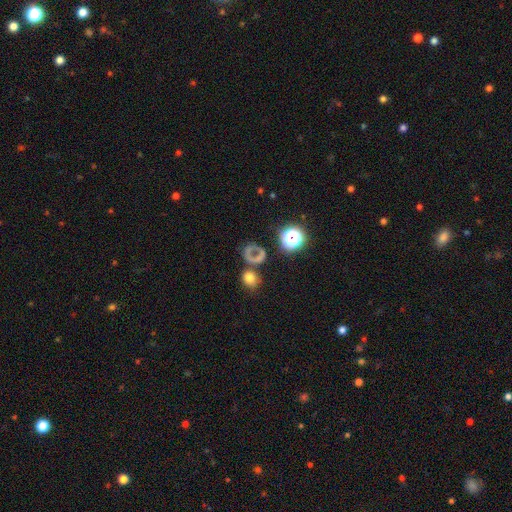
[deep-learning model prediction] Smooth or featured? Predicted: star or artifact (p=0.53).